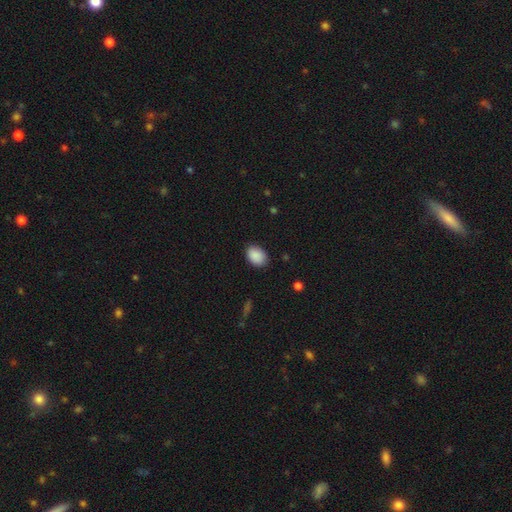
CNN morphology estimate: Smooth or featured? Predicted: smooth (p=0.90). How rounded? Predicted: in between (p=0.79). Merging? Predicted: none (p=0.85).